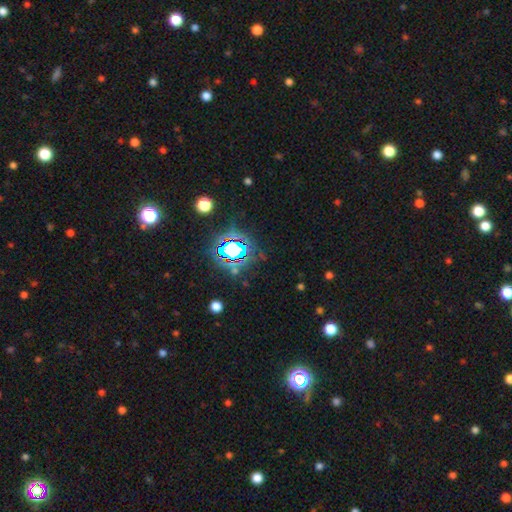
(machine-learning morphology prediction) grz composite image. It shows a star or artifact, not a galaxy (81%).